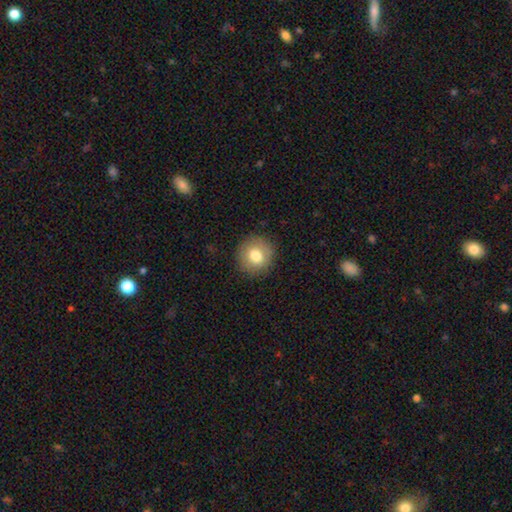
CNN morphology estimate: This is likely a smooth galaxy (77%). How rounded: clearly round (88%). Merging: clearly none (88%).